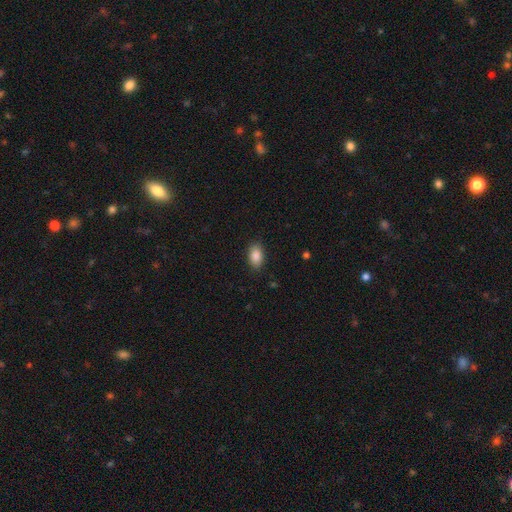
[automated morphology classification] Smooth or featured? smooth (87%)
How rounded? in between (91%)
Merging? none (88%)